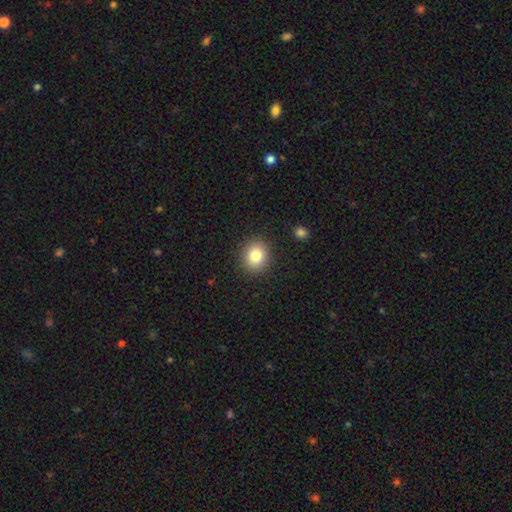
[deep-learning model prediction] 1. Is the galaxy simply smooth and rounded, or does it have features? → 81% smooth, 11% star or artifact, 8% featured or disk.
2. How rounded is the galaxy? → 76% round, 23% in between, 1% cigar-shaped.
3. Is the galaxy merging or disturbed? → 89% none, 7% minor disturbance, 2% major disturbance, 1% merger.